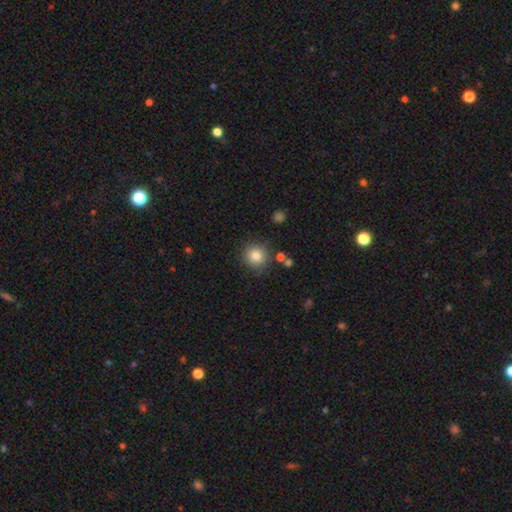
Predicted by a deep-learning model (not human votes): This appears to be a smooth galaxy with no disk features (82%) that is round (93%). Merging: none (82%).